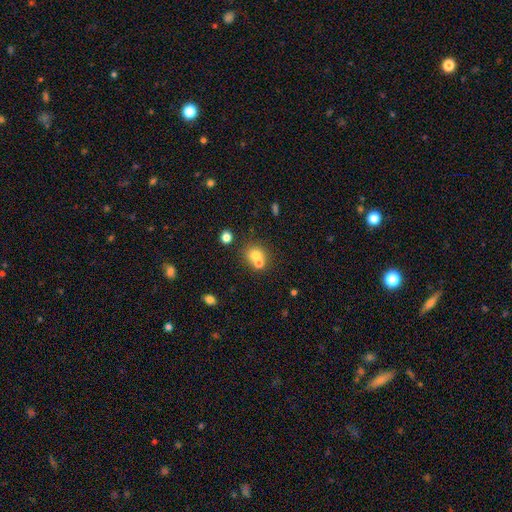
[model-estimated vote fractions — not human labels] smooth-or-featured: smooth: 71% | featured or disk: 15% | star or artifact: 14%
  how-rounded: round: 80% | in between: 19% | cigar-shaped: 1%
  merging: merger: 46% | none: 44% | minor disturbance: 7% | major disturbance: 3%